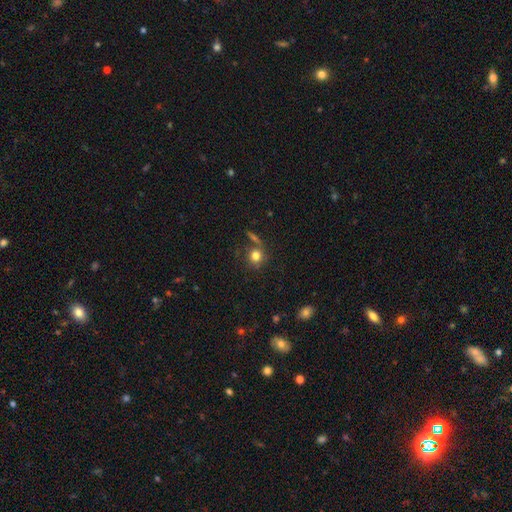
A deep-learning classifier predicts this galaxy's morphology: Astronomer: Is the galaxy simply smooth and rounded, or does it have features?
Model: smooth — 78%.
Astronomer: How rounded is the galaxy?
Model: round — 85%.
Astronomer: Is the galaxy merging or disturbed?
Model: none — 65%.